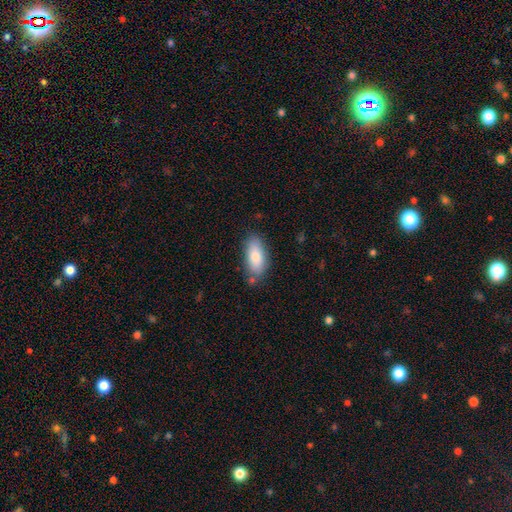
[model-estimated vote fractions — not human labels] Morphology: type=smooth (82%); roundness=in between (85%); merging=none (78%).